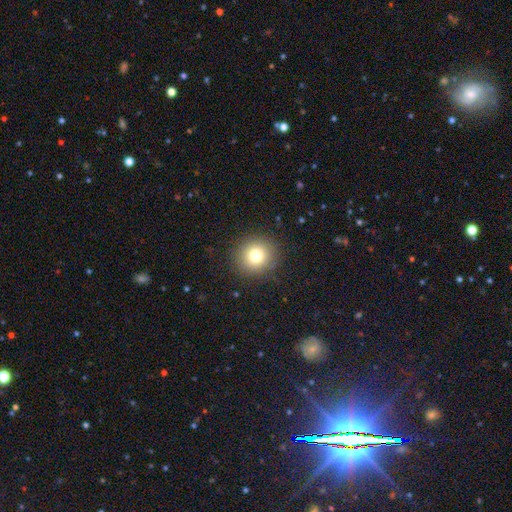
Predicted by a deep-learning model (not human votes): The model was most divided on "smooth or featured": smooth: 77%, star or artifact: 13%, featured or disk: 10%. More confident: how rounded — round (91%); merging — none (90%).